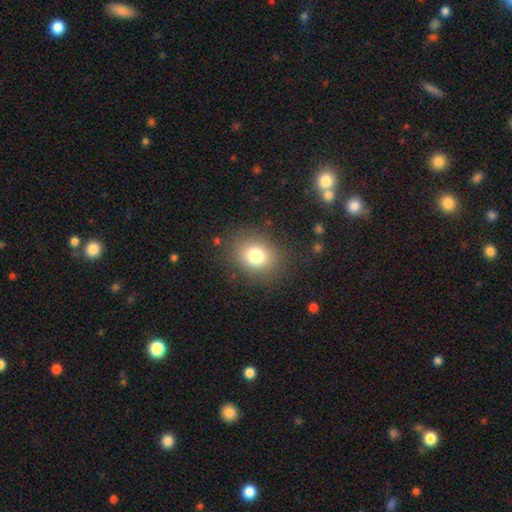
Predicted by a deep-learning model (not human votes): Q: Smooth or featured?
A: smooth (78%); runner-up: star or artifact (12%)
Q: How rounded?
A: round (62%); runner-up: in between (37%)
Q: Merging?
A: none (84%); runner-up: minor disturbance (10%)